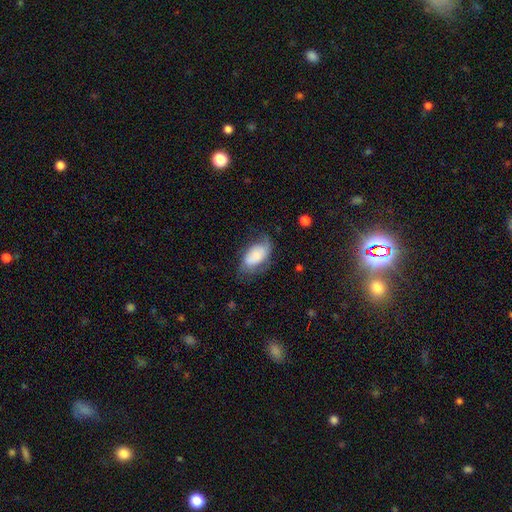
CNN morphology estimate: A smooth galaxy with no disk features (51%) that is in between round and cigar-shaped (93%).

Vote fractions:
- Smooth or featured? smooth: 51% / featured or disk: 42% / star or artifact: 8%
- How rounded? in between: 93% / round: 5% / cigar-shaped: 2%
- Merging? none: 48% / minor disturbance: 29% / major disturbance: 21% / merger: 2%